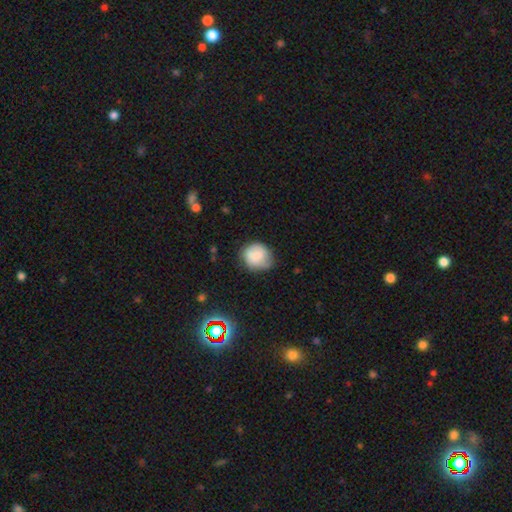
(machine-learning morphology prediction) smooth 80%, featured or disk 11%, star or artifact 8%. Down the decision tree: how rounded — round (80%); merging — none (65%).